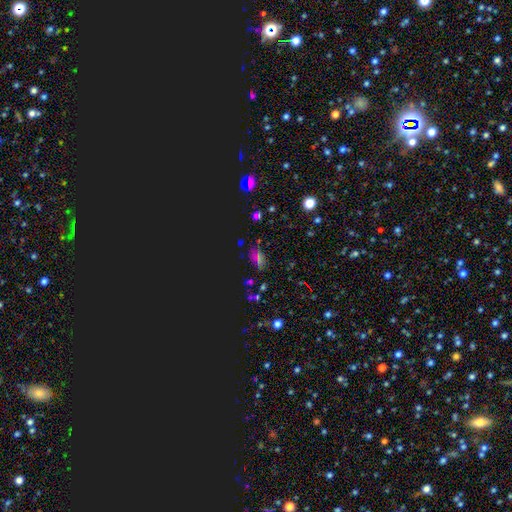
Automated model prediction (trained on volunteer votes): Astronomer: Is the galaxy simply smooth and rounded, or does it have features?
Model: star or artifact — 55% (runner-up: smooth, 33%).